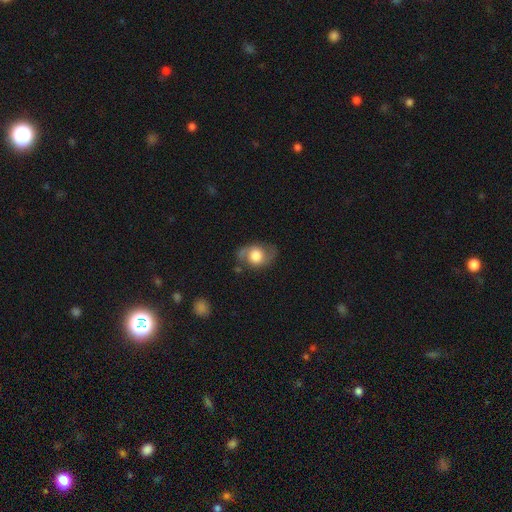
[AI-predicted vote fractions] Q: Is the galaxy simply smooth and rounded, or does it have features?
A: featured or disk — 47%.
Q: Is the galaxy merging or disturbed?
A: none — 65%.